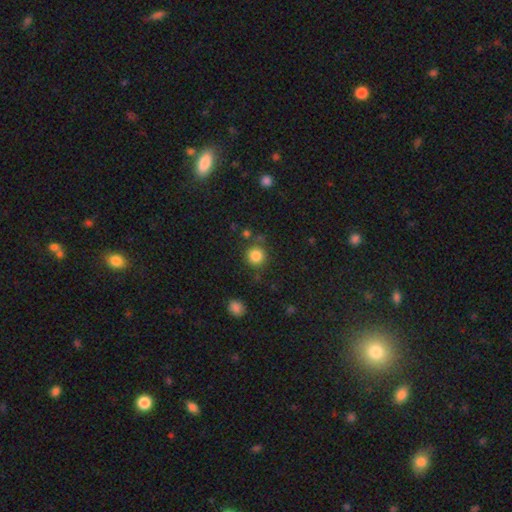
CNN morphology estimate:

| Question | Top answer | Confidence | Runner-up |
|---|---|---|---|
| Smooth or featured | smooth | 84% | star or artifact (11%) |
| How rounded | round | 93% | in between (6%) |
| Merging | none | 81% | minor disturbance (9%) |